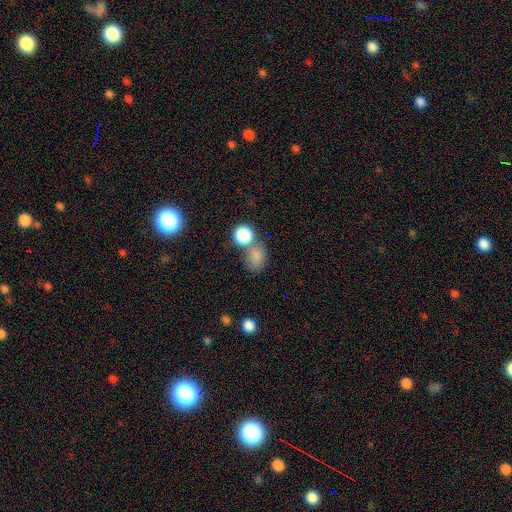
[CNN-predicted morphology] smooth_or_featured: smooth (p=0.80) [alt: star or artifact p=0.13]
how_rounded: in between (p=0.57) [alt: round p=0.42]
merging: none (p=0.47) [alt: merger p=0.32]